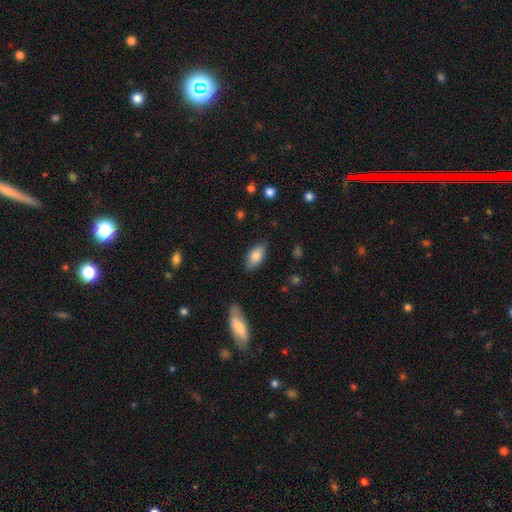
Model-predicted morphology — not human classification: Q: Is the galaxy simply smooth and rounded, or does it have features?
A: smooth — 79%.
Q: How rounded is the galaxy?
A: in between — 89%.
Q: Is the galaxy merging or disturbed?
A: none — 84%.